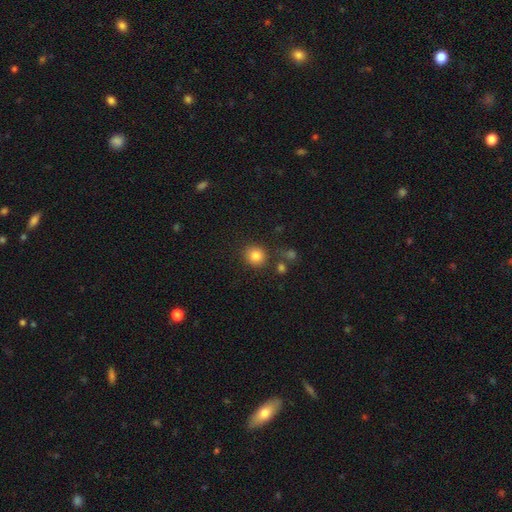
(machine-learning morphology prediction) Q: Smooth or featured?
A: smooth (83%); runner-up: star or artifact (11%)
Q: How rounded?
A: round (89%); runner-up: in between (11%)
Q: Merging?
A: none (85%); runner-up: minor disturbance (8%)